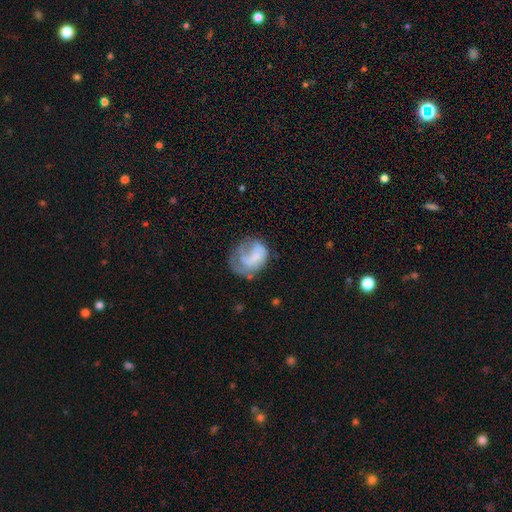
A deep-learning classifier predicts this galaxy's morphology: type=smooth (49%); merging=major disturbance (40%).